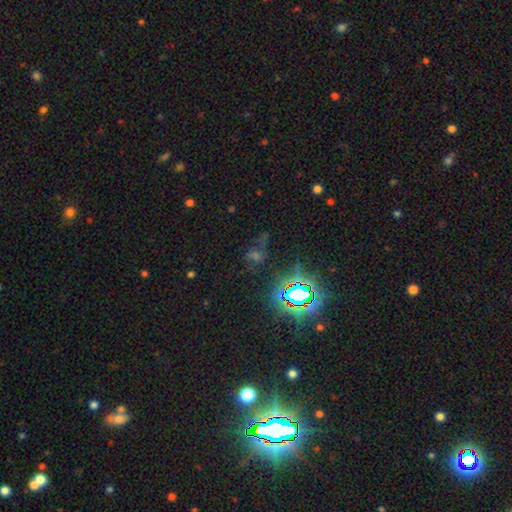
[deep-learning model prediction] The model was most divided on "smooth or featured": star or artifact: 64%, smooth: 22%, featured or disk: 14%.